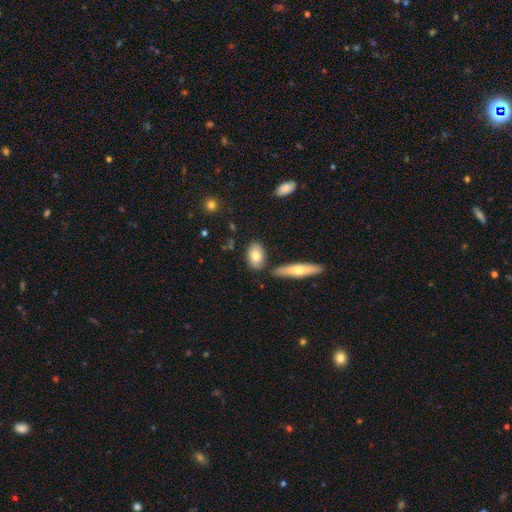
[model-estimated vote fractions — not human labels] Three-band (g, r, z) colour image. It shows a smooth galaxy with no disk features (75%) that is in between round and cigar-shaped (87%). Merging: none (78%).